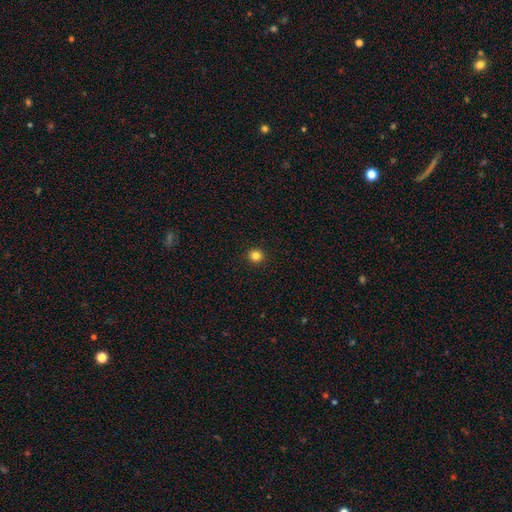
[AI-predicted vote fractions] A smooth galaxy with no disk features (83%) that is round (93%). Merging: none (93%).